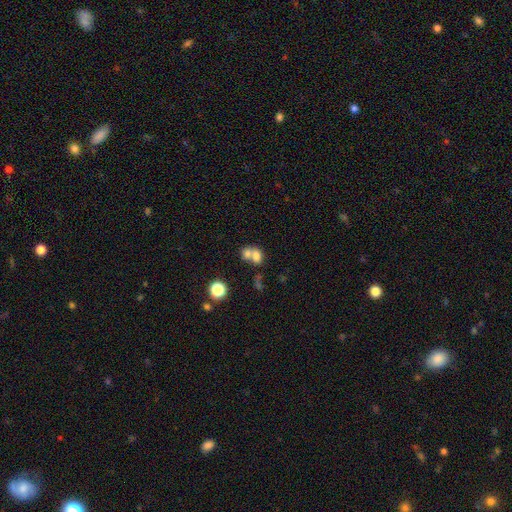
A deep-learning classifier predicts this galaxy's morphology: smooth-or-featured: smooth: 70% | featured or disk: 18% | star or artifact: 12%
  how-rounded: in between: 53% | round: 45% | cigar-shaped: 1%
  merging: merger: 67% | none: 22% | minor disturbance: 6% | major disturbance: 4%